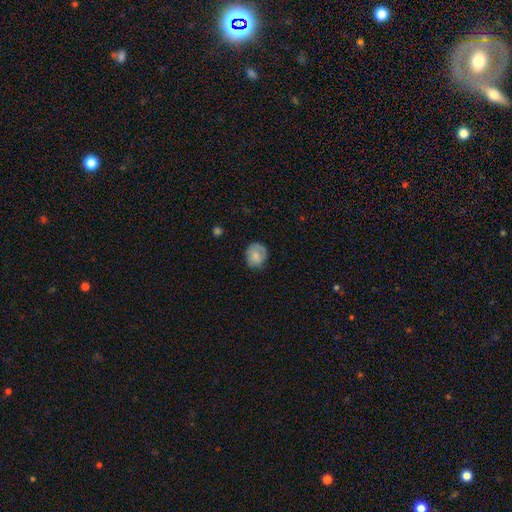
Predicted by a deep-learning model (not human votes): A smooth galaxy with no disk features (78%) that is round (74%).

Vote fractions:
- Smooth or featured? smooth: 78% / featured or disk: 14% / star or artifact: 8%
- How rounded? round: 74% / in between: 25% / cigar-shaped: 1%
- Merging? none: 73% / minor disturbance: 21% / major disturbance: 5% / merger: 1%